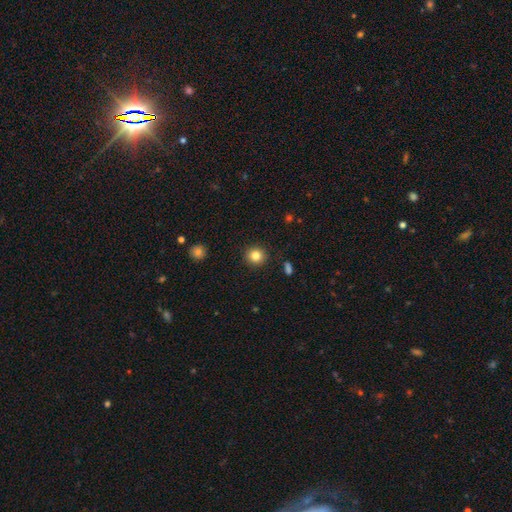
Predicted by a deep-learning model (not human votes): Smooth or featured?
  - smooth: 83% *
  - star or artifact: 11%
  - featured or disk: 6%
How rounded?
  - round: 92% *
  - in between: 7%
  - cigar-shaped: 1%
Merging?
  - none: 91% *
  - minor disturbance: 5%
  - major disturbance: 2%
  - merger: 1%